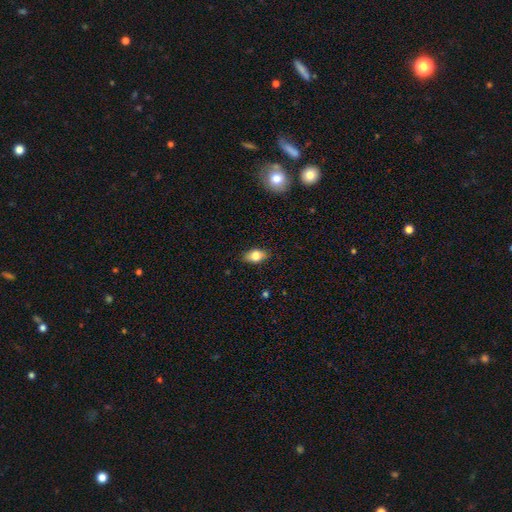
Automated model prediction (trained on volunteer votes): Overall: smooth (80%). How rounded: in between (86%). Merging: none (83%).